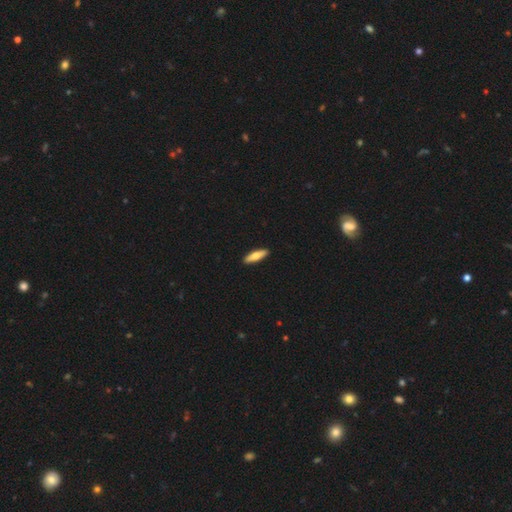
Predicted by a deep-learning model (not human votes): smooth 67%, featured or disk 27%, star or artifact 5%. Down the decision tree: how rounded — cigar-shaped (65%); merging — none (92%).